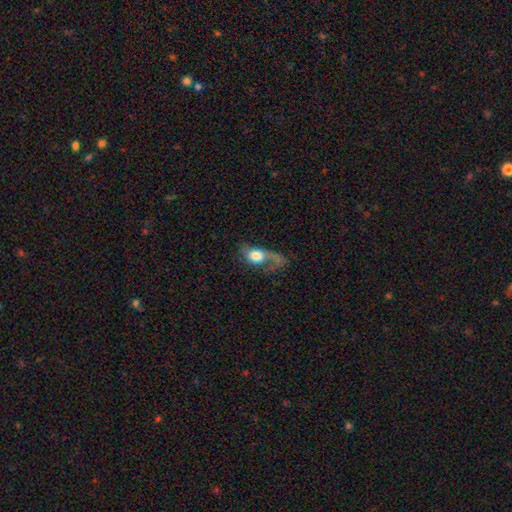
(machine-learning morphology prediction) This appears to be a smooth galaxy with no disk features (52%) that is in between round and cigar-shaped (62%). Merging: major disturbance (53%).